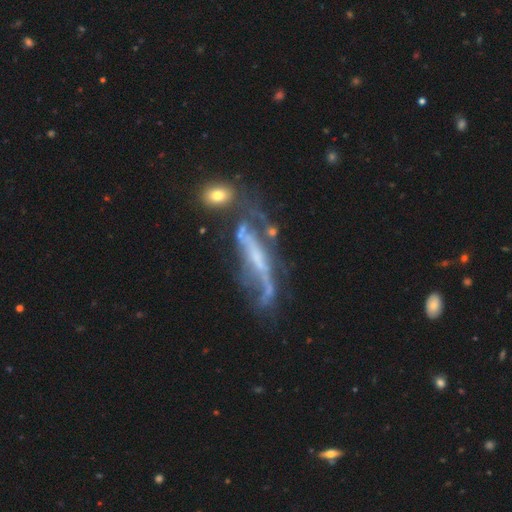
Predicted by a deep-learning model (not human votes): Overall: featured or disk (77%). Edge-on disk: no (57%; yes 43%). Merging: none (33%; major disturbance 26%).